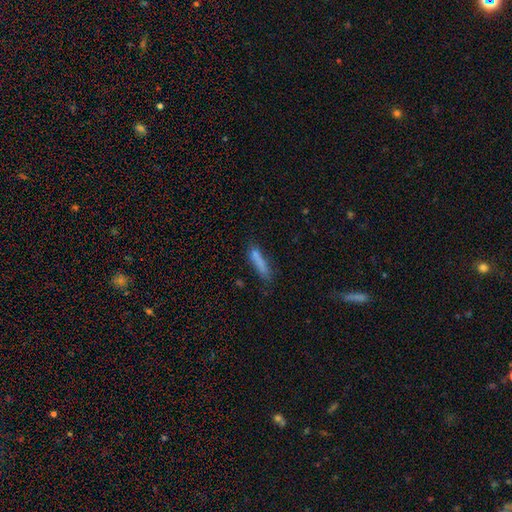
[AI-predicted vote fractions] A smooth galaxy with no disk features (76%) that is cigar-shaped (86%). Merging: none (67%).